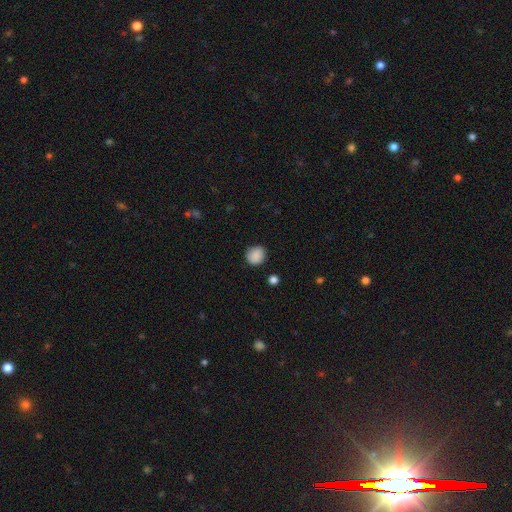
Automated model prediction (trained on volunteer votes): This appears to be a smooth galaxy with no disk features (88%) that is round (84%). Merging: none (86%).